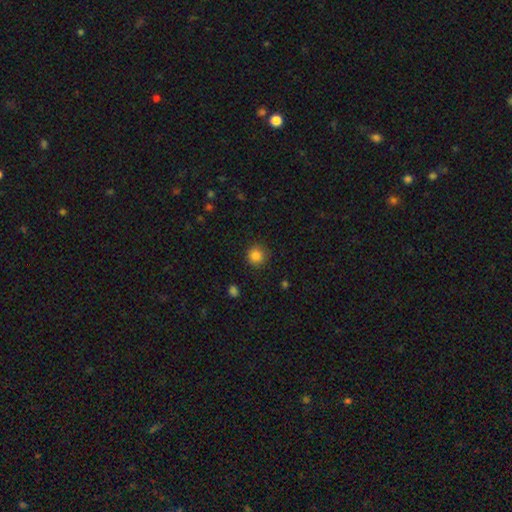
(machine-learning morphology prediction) smooth_or_featured: smooth (p=0.85) [alt: star or artifact p=0.11]
how_rounded: round (p=0.93) [alt: in between p=0.06]
merging: none (p=0.87) [alt: minor disturbance p=0.10]